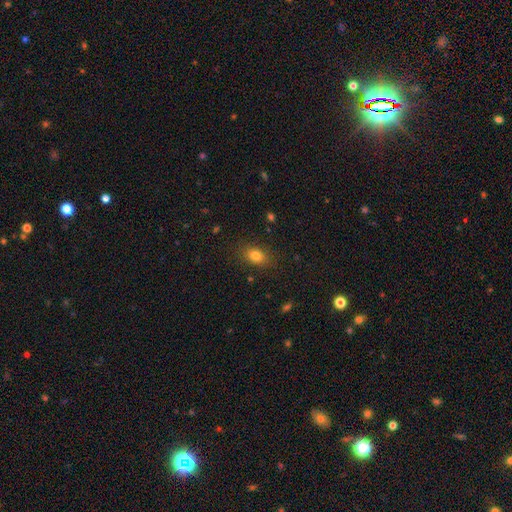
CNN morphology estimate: type=smooth (81%); roundness=in between (74%); merging=none (84%).